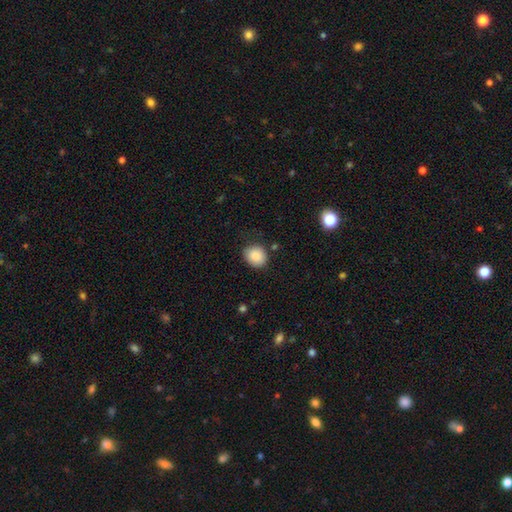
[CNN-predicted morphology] This is clearly a smooth galaxy (88%). How rounded: likely round (69%). Merging: likely none (77%).